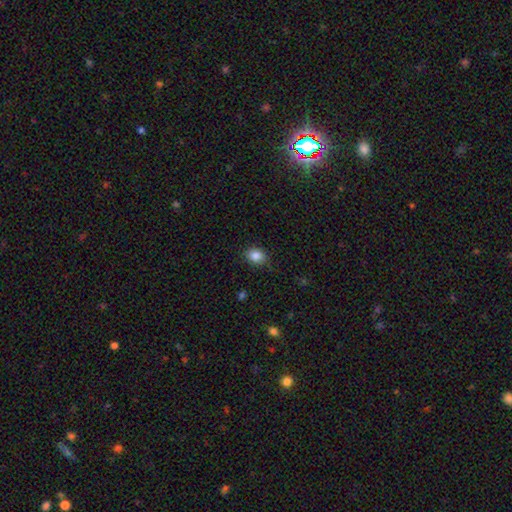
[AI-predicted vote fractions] Smooth or featured: smooth — 86% (star or artifact — 9%)
How rounded: in between — 57% (round — 42%)
Merging: none — 82% (minor disturbance — 14%)